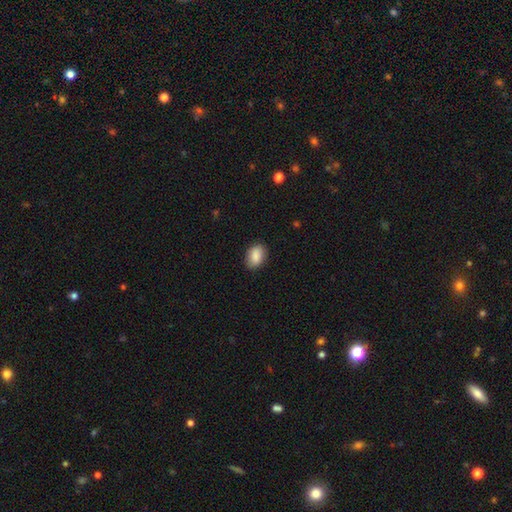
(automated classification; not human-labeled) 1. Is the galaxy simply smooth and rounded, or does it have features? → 88% smooth, 7% star or artifact, 5% featured or disk.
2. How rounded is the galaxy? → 85% in between, 14% round, 1% cigar-shaped.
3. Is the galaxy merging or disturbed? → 85% none, 12% minor disturbance, 3% major disturbance, 1% merger.